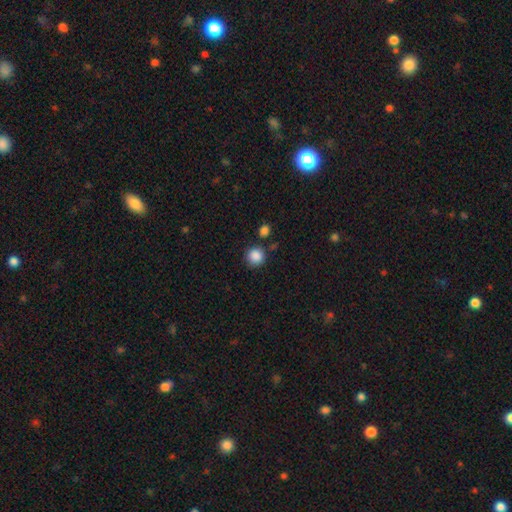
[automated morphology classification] Smooth or featured? Predicted: smooth (p=0.87). How rounded? Predicted: round (p=0.92). Merging? Predicted: none (p=0.82).